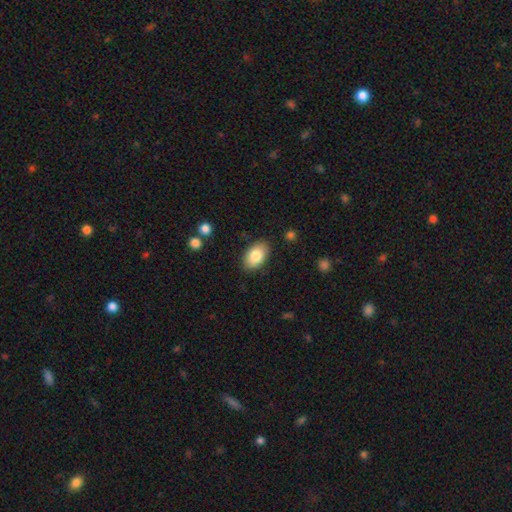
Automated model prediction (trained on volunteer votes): Smooth or featured?
  - smooth: 82% *
  - featured or disk: 11%
  - star or artifact: 7%
How rounded?
  - in between: 92% *
  - round: 7%
  - cigar-shaped: 1%
Merging?
  - none: 86% *
  - minor disturbance: 11%
  - major disturbance: 2%
  - merger: 1%